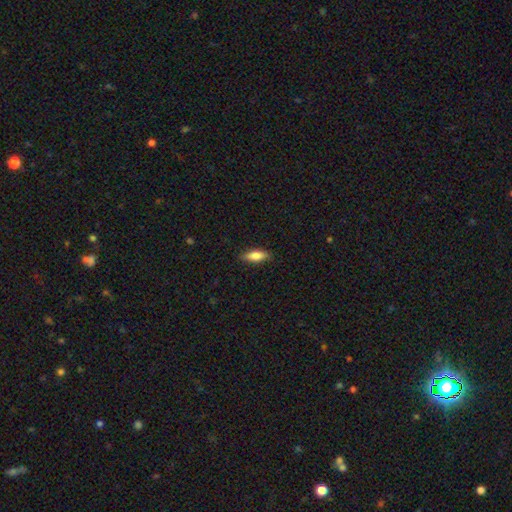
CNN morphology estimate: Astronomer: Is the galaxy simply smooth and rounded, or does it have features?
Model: smooth — 73%.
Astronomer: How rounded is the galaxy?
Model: in between — 65%.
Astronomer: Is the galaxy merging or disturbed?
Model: none — 85%.